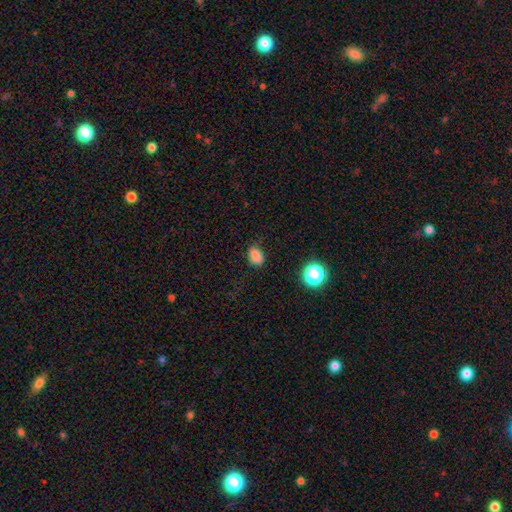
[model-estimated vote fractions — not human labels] smooth-or-featured: smooth: 82% | star or artifact: 13% | featured or disk: 4%
  how-rounded: in between: 69% | round: 30% | cigar-shaped: 1%
  merging: none: 75% | minor disturbance: 19% | major disturbance: 4% | merger: 2%